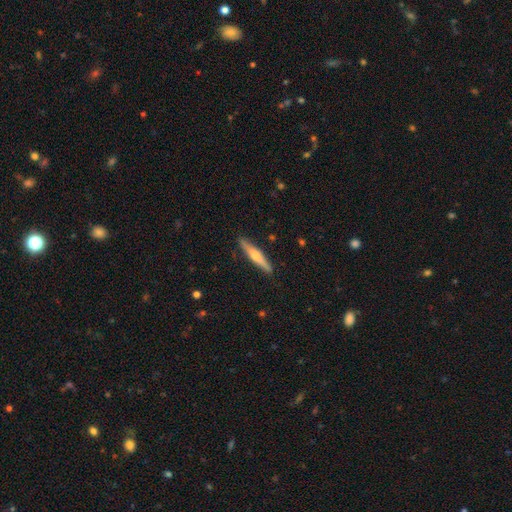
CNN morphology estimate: A featured or disk galaxy (51%) viewed edge-on (96%).

Vote fractions:
- Smooth or featured? featured or disk: 51% / smooth: 43% / star or artifact: 6%
- Edge-on disk? yes: 96% / no: 4%
- Merging? none: 89% / minor disturbance: 8% / major disturbance: 2% / merger: 1%